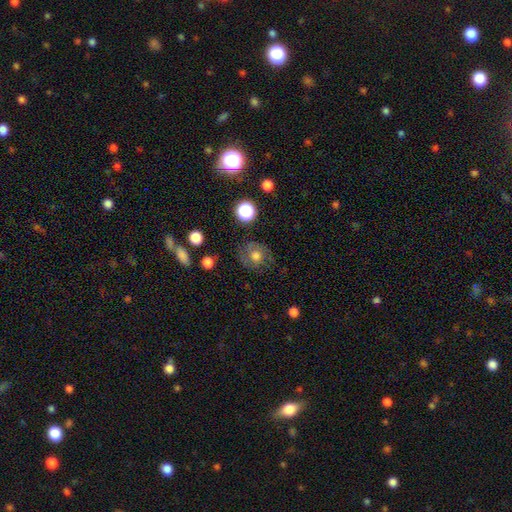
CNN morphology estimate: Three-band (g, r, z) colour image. It shows a smooth galaxy with no disk features (58%) that is round (83%). Merging: none (70%).